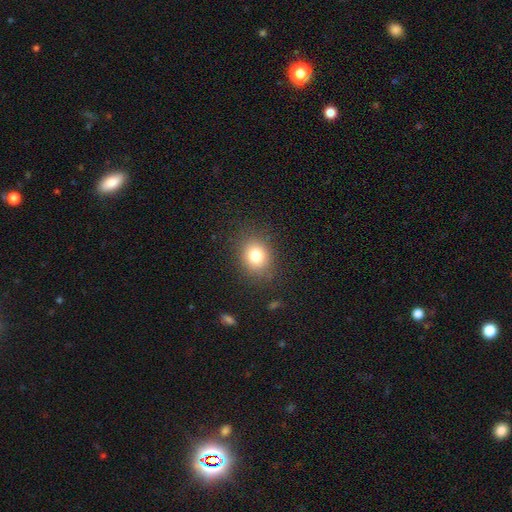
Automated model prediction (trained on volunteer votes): Morphology: type=smooth (79%); roundness=round (57%); merging=none (84%).